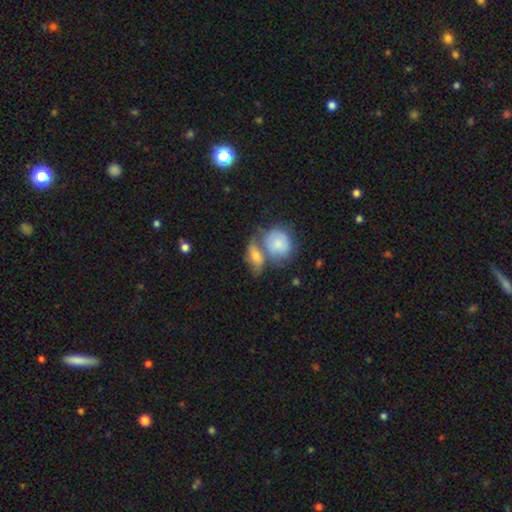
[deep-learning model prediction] Smooth or featured?
  - smooth: 61% *
  - featured or disk: 31%
  - star or artifact: 8%
How rounded?
  - in between: 70% *
  - round: 22%
  - cigar-shaped: 8%
Merging?
  - merger: 51% *
  - none: 28%
  - minor disturbance: 14%
  - major disturbance: 7%